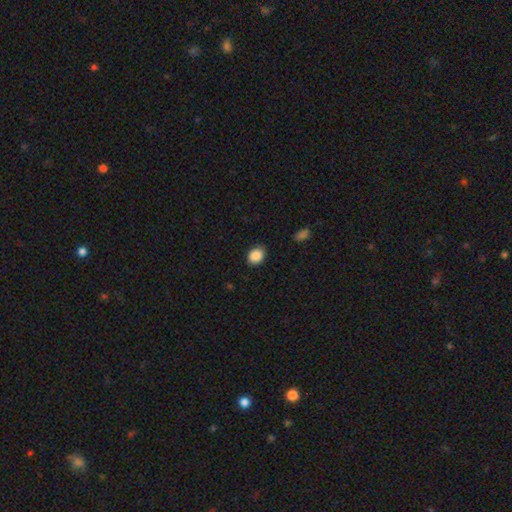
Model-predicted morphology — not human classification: This is clearly a smooth galaxy (88%). How rounded: possibly in between (59%). Merging: clearly none (82%).